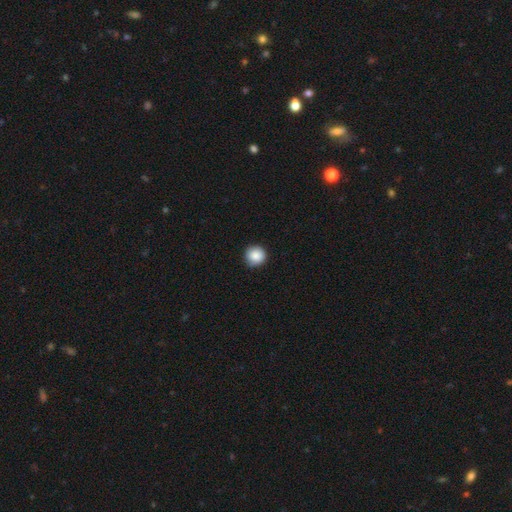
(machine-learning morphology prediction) The model was most divided on "merging": none: 82%, minor disturbance: 15%, major disturbance: 2%, merger: 1%. More confident: how rounded — round (93%); smooth or featured — smooth (87%).